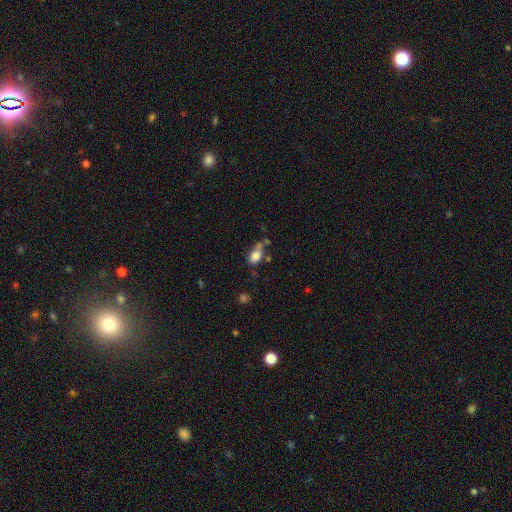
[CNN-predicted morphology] The model was most divided on "merging": none: 44%, minor disturbance: 23%, merger: 23%, major disturbance: 10%. More confident: how rounded — in between (83%); smooth or featured — smooth (79%).